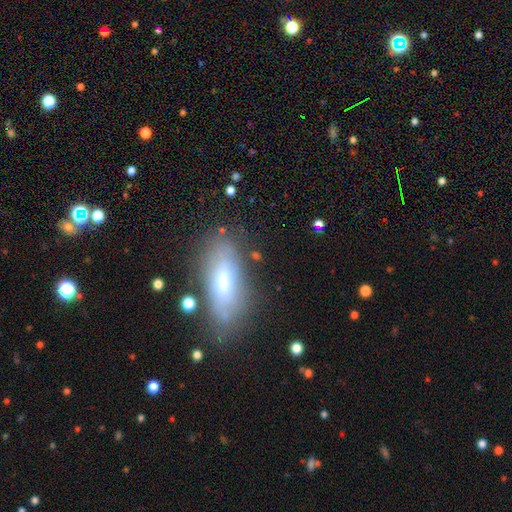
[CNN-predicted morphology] smooth 50%, featured or disk 39%, star or artifact 10%. Down the decision tree: how rounded — in between (62%); merging — none (73%).